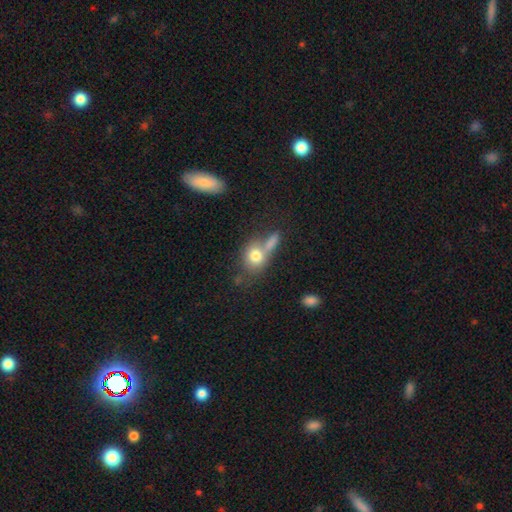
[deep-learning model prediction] Overall: smooth (76%). How rounded: round (56%; in between 42%). Merging: merger (40%; none 39%).